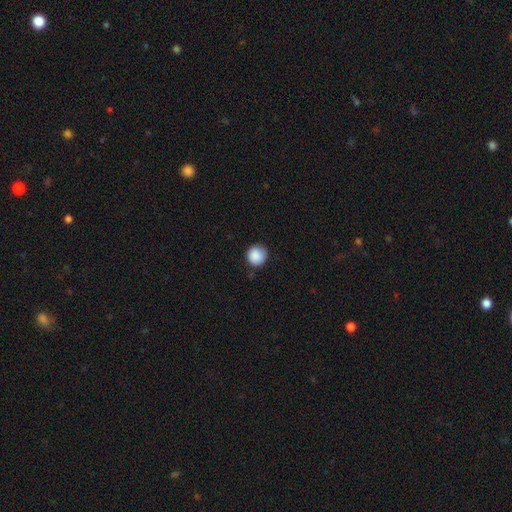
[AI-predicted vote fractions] smooth_or_featured: smooth (p=0.89) [alt: star or artifact p=0.08]
how_rounded: round (p=0.93) [alt: in between p=0.06]
merging: none (p=0.81) [alt: minor disturbance p=0.14]